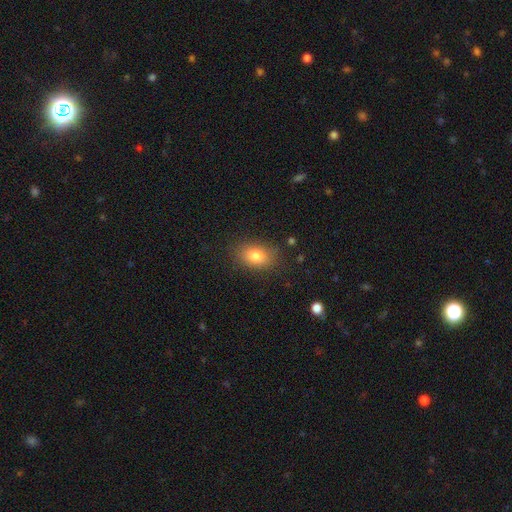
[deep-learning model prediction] Smooth or featured?
  - smooth: 80% *
  - star or artifact: 10%
  - featured or disk: 10%
How rounded?
  - in between: 80% *
  - round: 18%
  - cigar-shaped: 2%
Merging?
  - none: 83% *
  - minor disturbance: 12%
  - major disturbance: 4%
  - merger: 1%